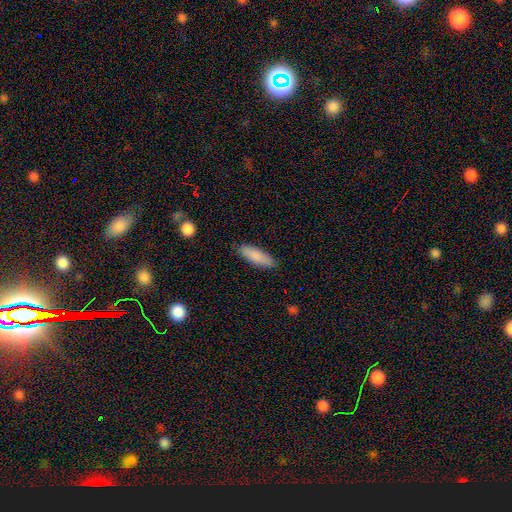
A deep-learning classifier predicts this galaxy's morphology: A smooth galaxy with no disk features (86%) that is in between round and cigar-shaped (51%).

Vote fractions:
- Smooth or featured? smooth: 86% / featured or disk: 8% / star or artifact: 6%
- How rounded? in between: 51% / cigar-shaped: 48% / round: 2%
- Merging? none: 85% / minor disturbance: 12% / major disturbance: 2% / merger: 1%